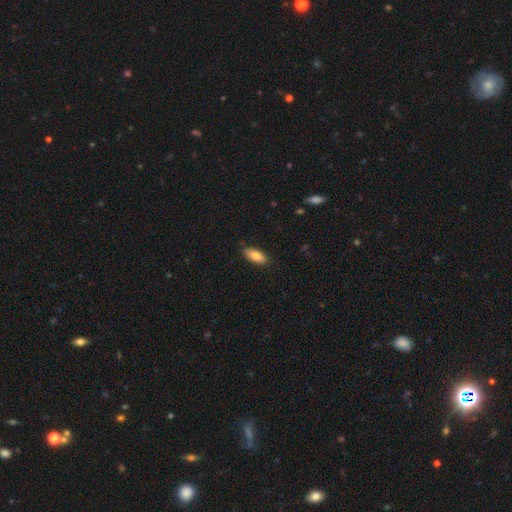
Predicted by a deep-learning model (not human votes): Q: Smooth or featured?
A: smooth (83%); runner-up: featured or disk (11%)
Q: How rounded?
A: in between (82%); runner-up: cigar-shaped (16%)
Q: Merging?
A: none (86%); runner-up: minor disturbance (11%)